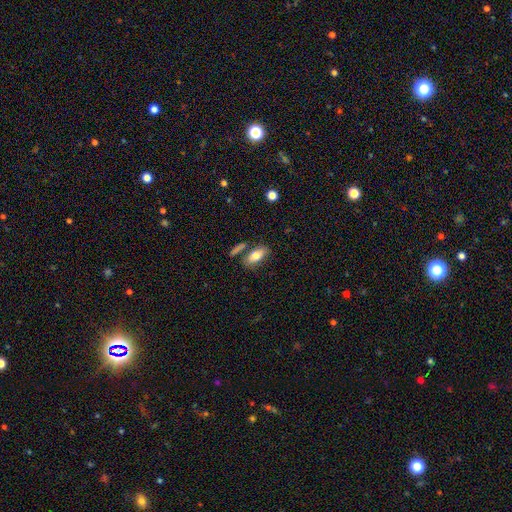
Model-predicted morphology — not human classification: This is likely a smooth galaxy (74%). How rounded: clearly in between (87%). Merging: likely none (67%).